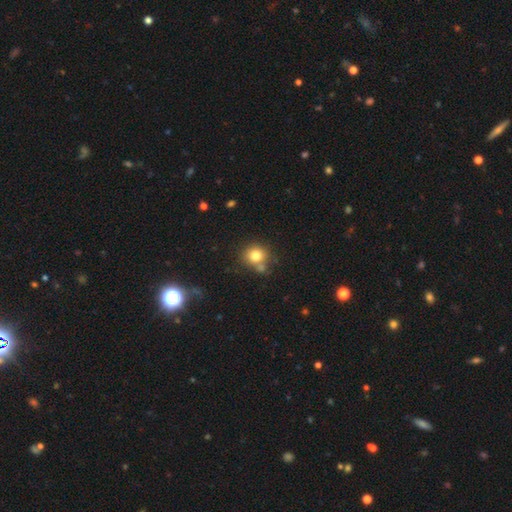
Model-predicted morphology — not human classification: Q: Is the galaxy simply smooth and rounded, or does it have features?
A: smooth — 78%.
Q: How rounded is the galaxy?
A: round — 84%.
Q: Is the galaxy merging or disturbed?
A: none — 65%.